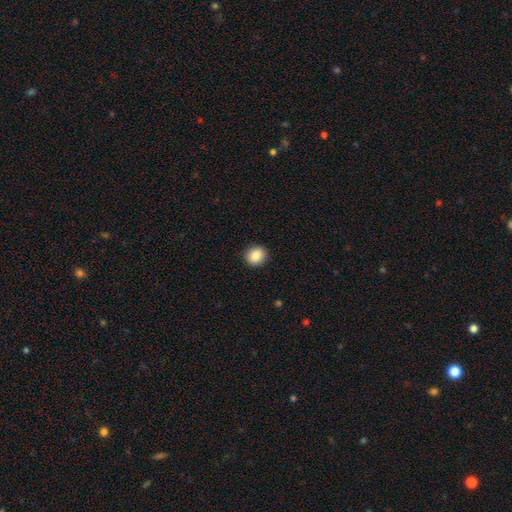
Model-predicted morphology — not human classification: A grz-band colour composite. It shows a smooth galaxy with no disk features (87%) that is round (79%). Merging: none (91%).